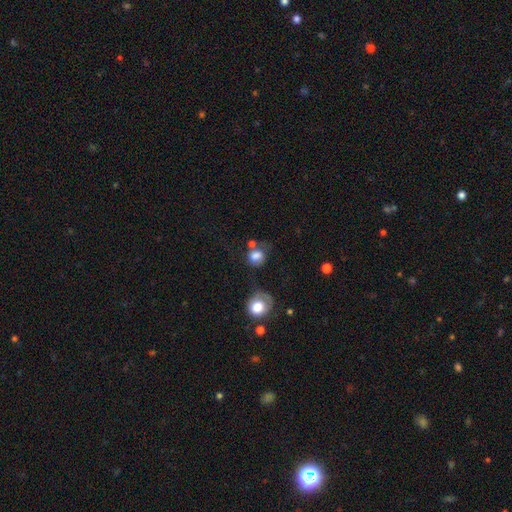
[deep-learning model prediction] A smooth galaxy with no disk features (78%) that is round (64%). Merging: none (47%).